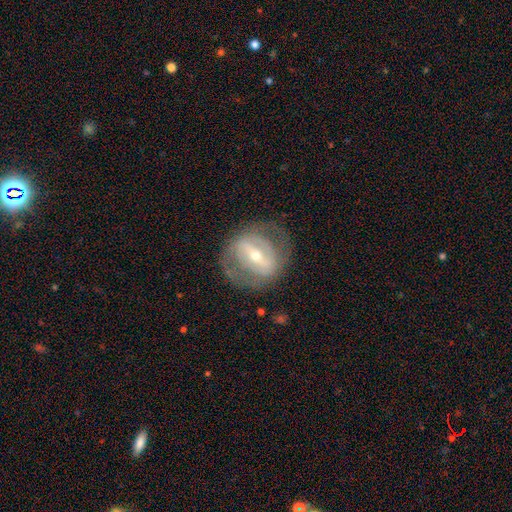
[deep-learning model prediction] A featured or disk galaxy (78%) with a strong bar (59%), spiral arms (59%) and a moderate central bulge (49%).

Vote fractions:
- Smooth or featured? featured or disk: 78% / smooth: 16% / star or artifact: 6%
- Edge-on disk? no: 92% / yes: 8%
- Bar? strong: 59% / weak: 29% / no: 12%
- Spiral arms? yes: 59% / no: 41%
- Bulge size? moderate: 49% / small: 46% / large: 3% / none: 1% / dominant: 1%
- Merging? none: 71% / minor disturbance: 15% / major disturbance: 12% / merger: 1%